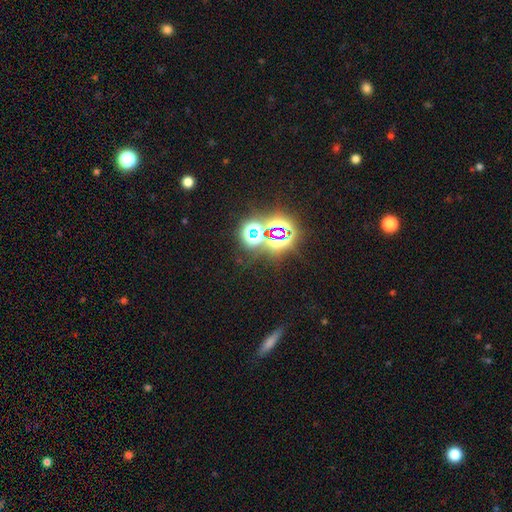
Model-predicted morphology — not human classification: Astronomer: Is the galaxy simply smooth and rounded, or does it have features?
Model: star or artifact — 67%.